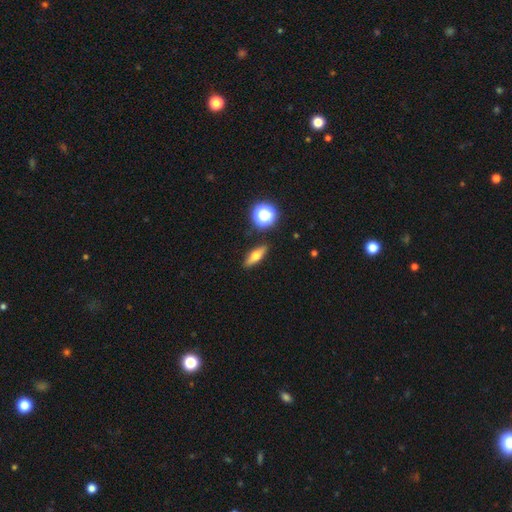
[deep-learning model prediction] smooth-or-featured: smooth: 53% | featured or disk: 37% | star or artifact: 10%
  how-rounded: in between: 48% | cigar-shaped: 41% | round: 11%
  merging: none: 90% | minor disturbance: 7% | merger: 2% | major disturbance: 2%